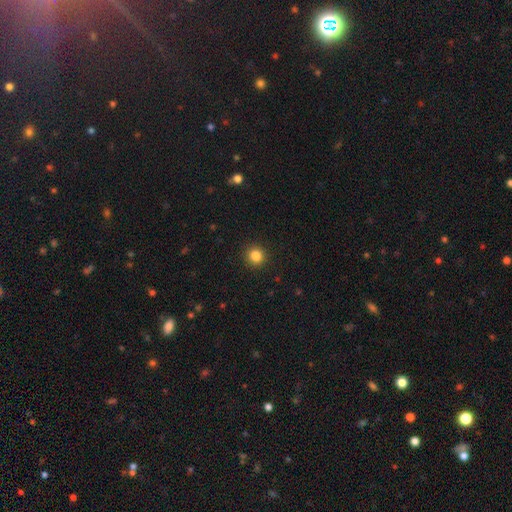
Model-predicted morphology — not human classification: Smooth or featured?
  - smooth: 85% *
  - star or artifact: 11%
  - featured or disk: 4%
How rounded?
  - round: 90% *
  - in between: 9%
  - cigar-shaped: 1%
Merging?
  - none: 92% *
  - minor disturbance: 5%
  - major disturbance: 2%
  - merger: 1%